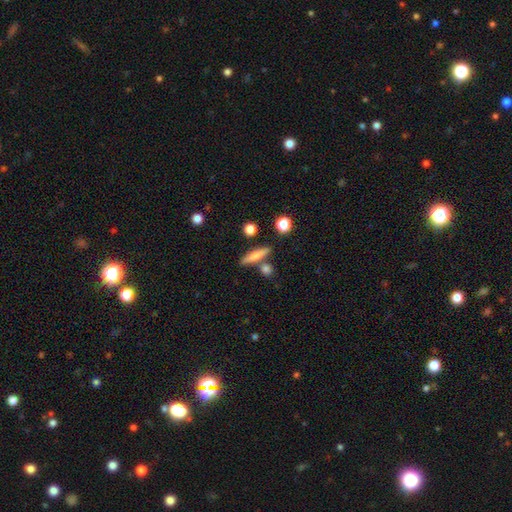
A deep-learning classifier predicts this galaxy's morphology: smooth 69%, featured or disk 23%, star or artifact 8%. Down the decision tree: how rounded — cigar-shaped (80%); merging — none (76%).